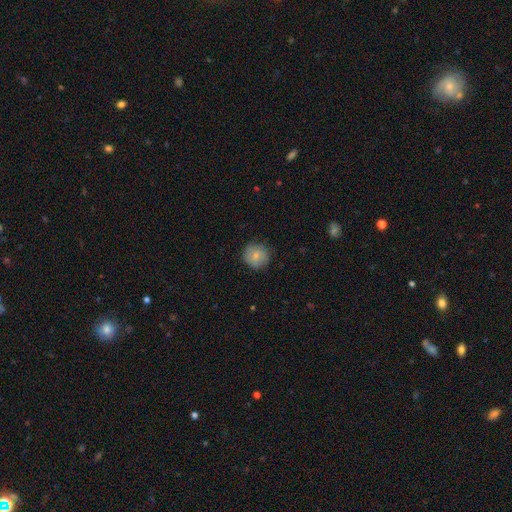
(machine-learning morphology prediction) Smooth or featured? Predicted: smooth (p=0.79). How rounded? Predicted: round (p=0.92). Merging? Predicted: none (p=0.83).